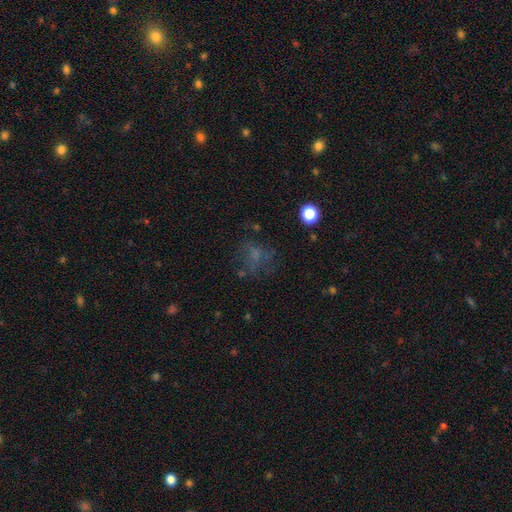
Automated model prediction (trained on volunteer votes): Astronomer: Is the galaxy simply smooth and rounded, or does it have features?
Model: smooth — 45% (runner-up: featured or disk, 28%).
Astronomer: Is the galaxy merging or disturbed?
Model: none — 54%.